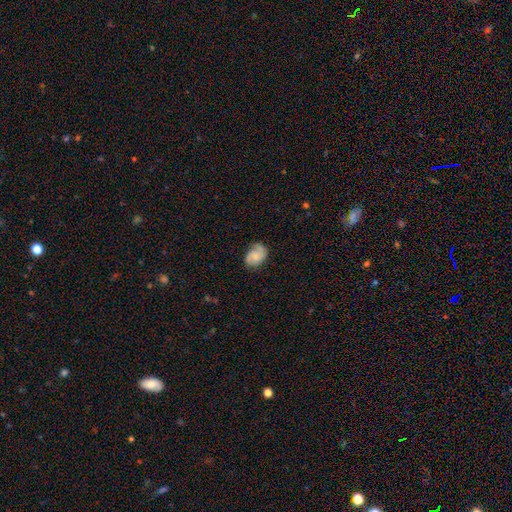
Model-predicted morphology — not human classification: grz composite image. It shows a smooth galaxy with no disk features (47%). Merging: none (64%).